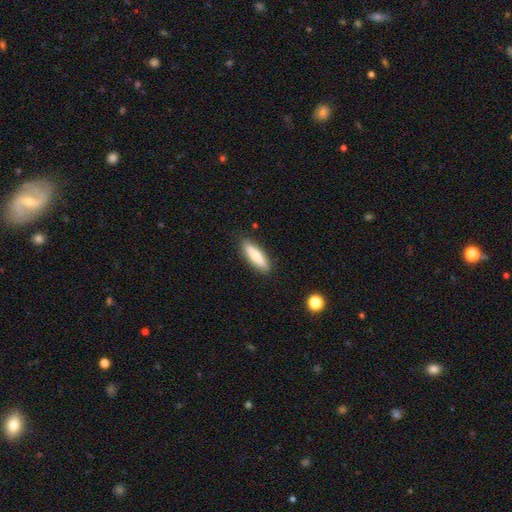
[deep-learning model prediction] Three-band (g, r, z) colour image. It shows a smooth galaxy with no disk features (77%) that is in between round and cigar-shaped (54%). Merging: none (86%).